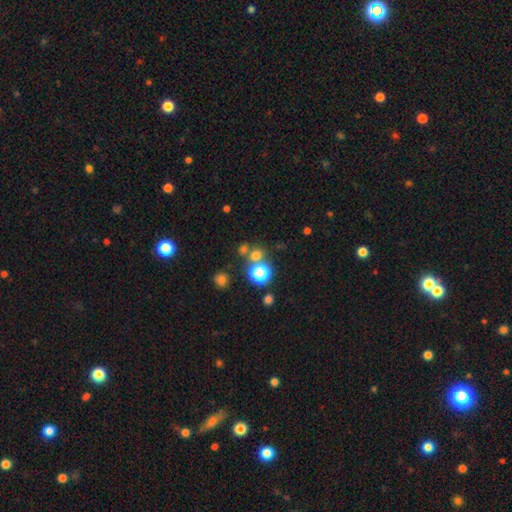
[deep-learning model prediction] Smooth or featured: smooth — 64% (star or artifact — 29%)
How rounded: round — 86% (in between — 13%)
Merging: none — 67% (merger — 21%)